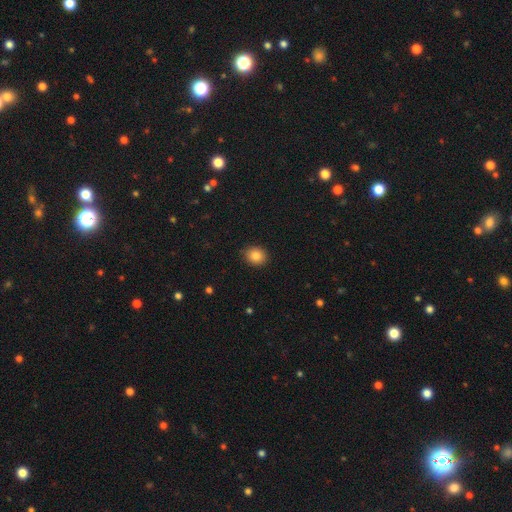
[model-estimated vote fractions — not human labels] Morphology: type=smooth (85%); roundness=round (68%); merging=none (90%).